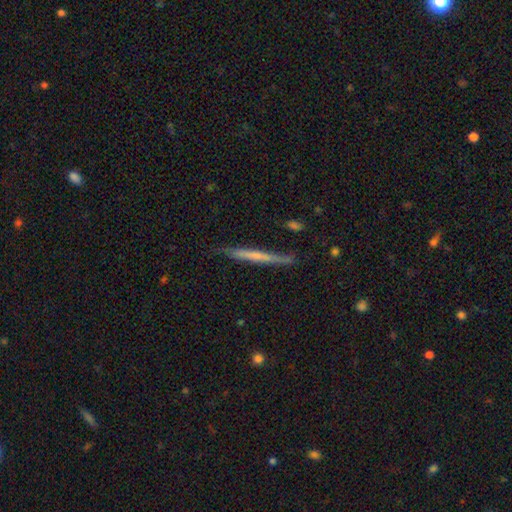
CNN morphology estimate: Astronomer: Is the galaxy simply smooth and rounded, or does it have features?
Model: featured or disk — 50% (runner-up: smooth, 45%).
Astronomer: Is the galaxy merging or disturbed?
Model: none — 79%.